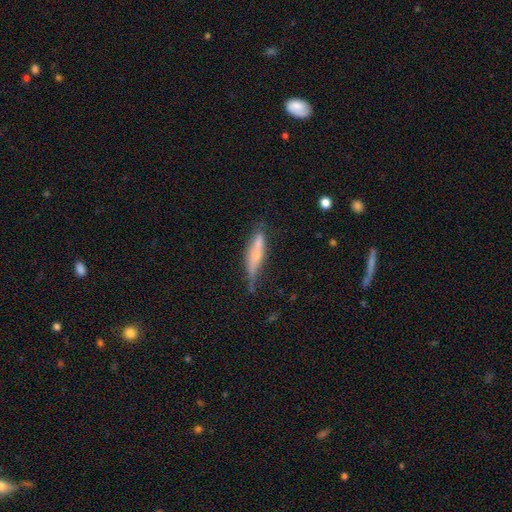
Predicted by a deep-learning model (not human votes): A smooth galaxy with no disk features (51%) that is cigar-shaped (83%). Merging: none (48%).